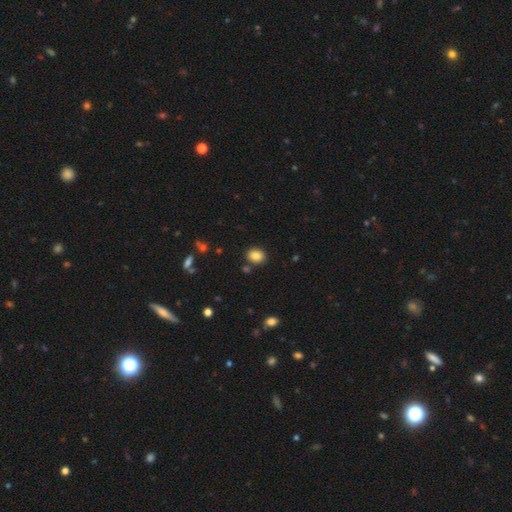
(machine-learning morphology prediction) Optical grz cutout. It shows a smooth galaxy with no disk features (85%) that is in between round and cigar-shaped (53%). Merging: none (85%).